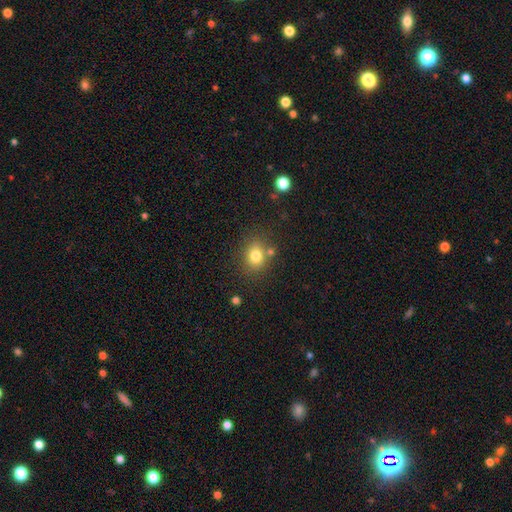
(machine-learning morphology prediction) smooth 78%, star or artifact 13%, featured or disk 9%. Down the decision tree: how rounded — round (60%); merging — none (74%).